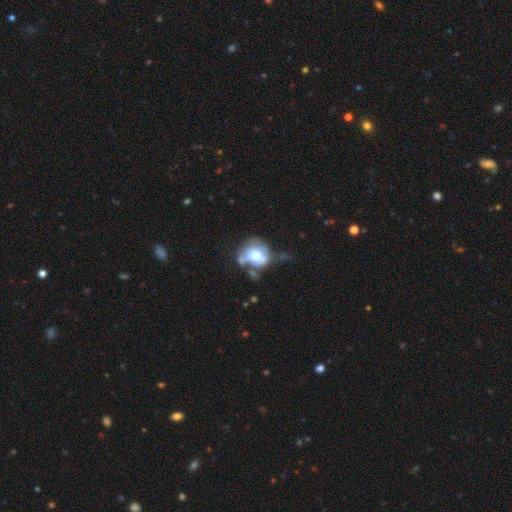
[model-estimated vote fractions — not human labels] This appears to be a featured or disk galaxy (48%). Merging: major disturbance (32%).